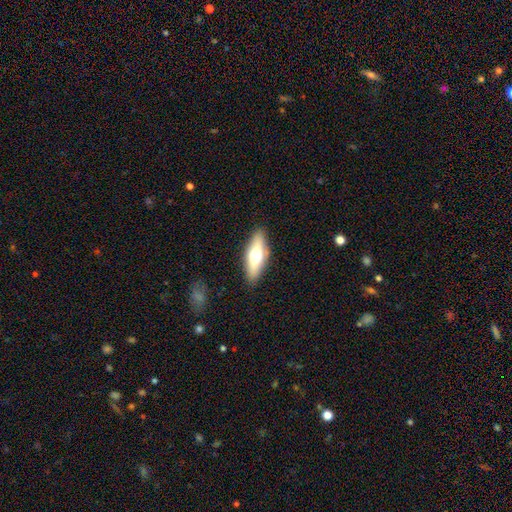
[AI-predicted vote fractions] Smooth or featured? smooth (55%)
How rounded? in between (58%)
Merging? none (87%)